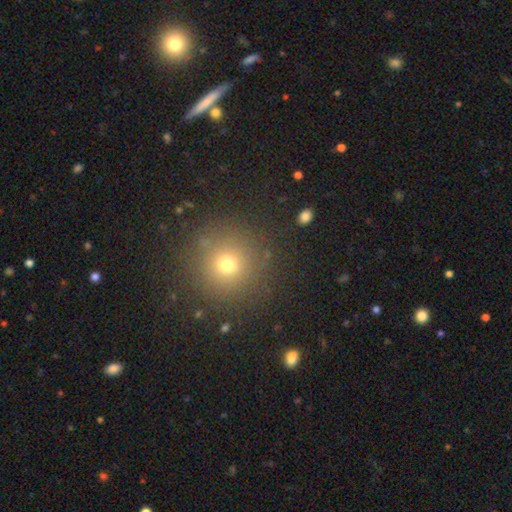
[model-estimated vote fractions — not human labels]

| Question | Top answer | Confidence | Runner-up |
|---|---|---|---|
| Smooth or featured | smooth | 53% | star or artifact (37%) |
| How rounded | round | 95% | in between (4%) |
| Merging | none | 90% | minor disturbance (6%) |